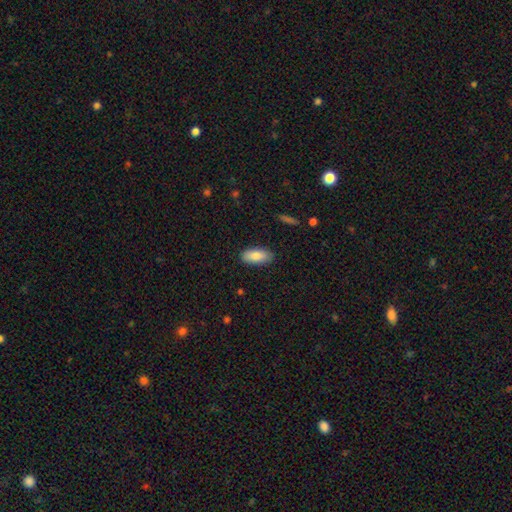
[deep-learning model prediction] Smooth or featured: smooth — 85% (featured or disk — 9%)
How rounded: in between — 87% (cigar-shaped — 11%)
Merging: none — 87% (minor disturbance — 10%)